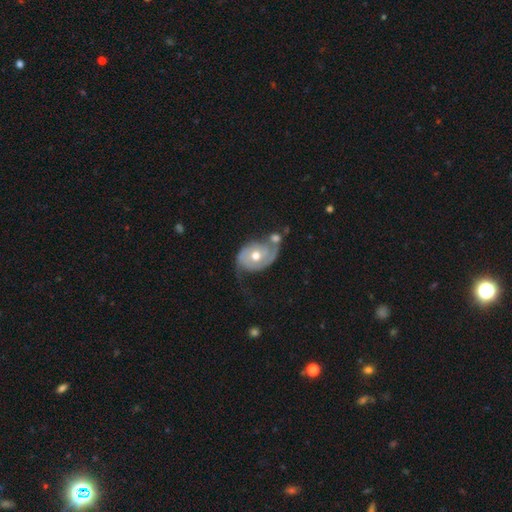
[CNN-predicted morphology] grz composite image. It shows a featured or disk galaxy (76%) with no bar (78%), 2 (78%) medium (36%) spiral arms (86%) and a moderate central bulge (78%). Merging: none (38%).